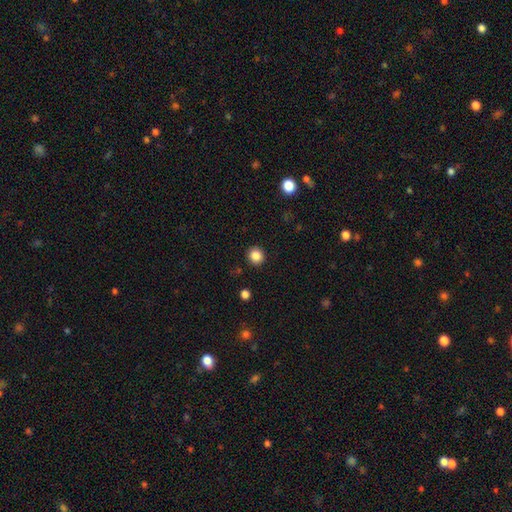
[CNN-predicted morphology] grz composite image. It shows a smooth galaxy with no disk features (85%) that is round (91%). Merging: none (92%).